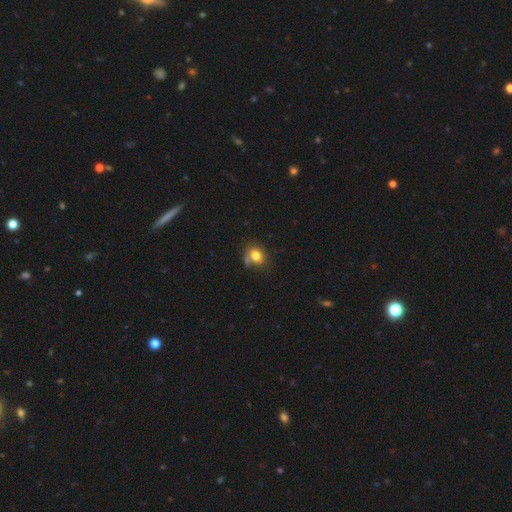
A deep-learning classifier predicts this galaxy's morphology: smooth 77%, featured or disk 12%, star or artifact 11%. Down the decision tree: how rounded — round (59%); merging — none (57%).